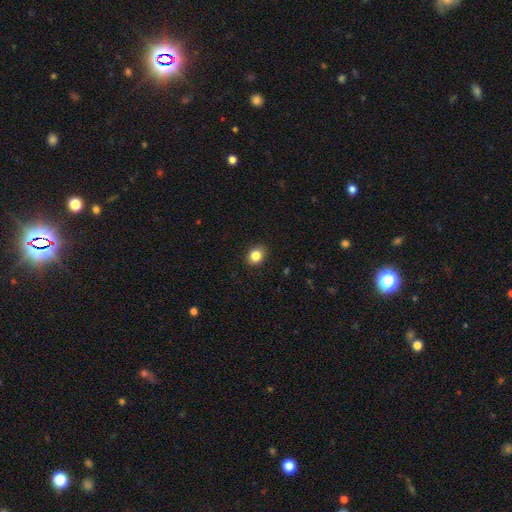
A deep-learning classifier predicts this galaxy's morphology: type=smooth (84%); roundness=round (58%); merging=none (89%).